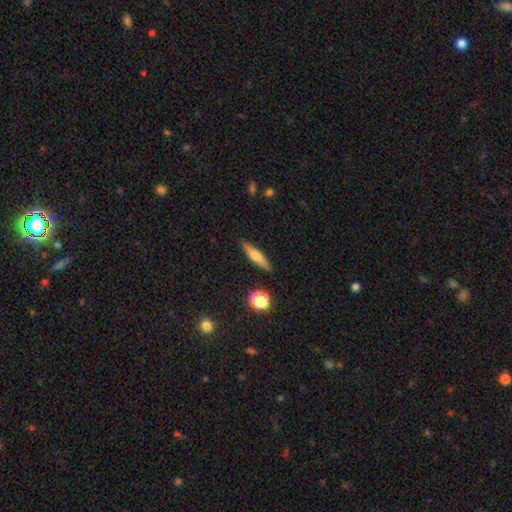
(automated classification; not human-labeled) Smooth or featured? Predicted: smooth (p=0.57). How rounded? Predicted: cigar-shaped (p=0.78). Merging? Predicted: none (p=0.88).